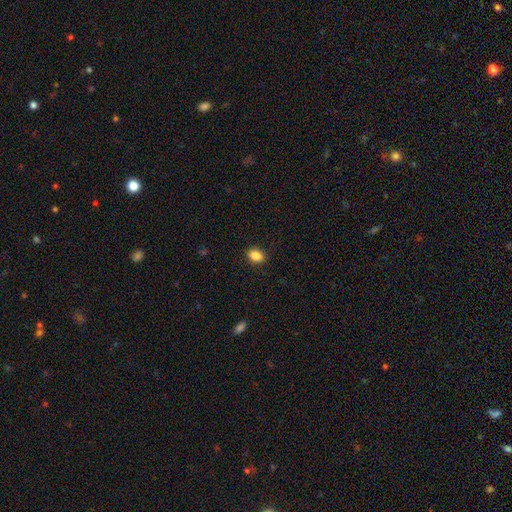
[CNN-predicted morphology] type=smooth (87%); roundness=in between (82%); merging=none (88%).